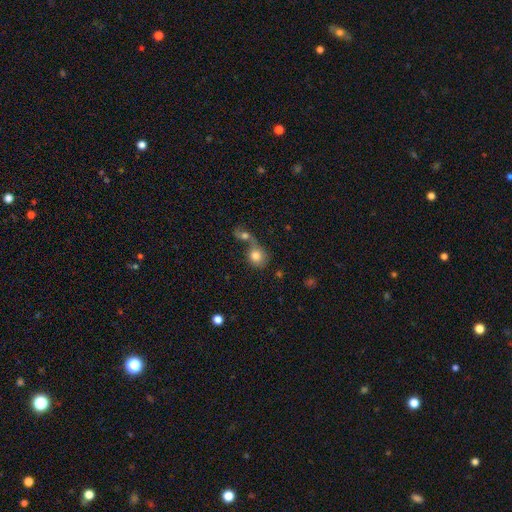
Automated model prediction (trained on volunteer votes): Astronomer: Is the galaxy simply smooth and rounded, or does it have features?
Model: smooth — 76%.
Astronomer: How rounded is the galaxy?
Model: round — 74%.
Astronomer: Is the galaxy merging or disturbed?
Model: merger — 67%.